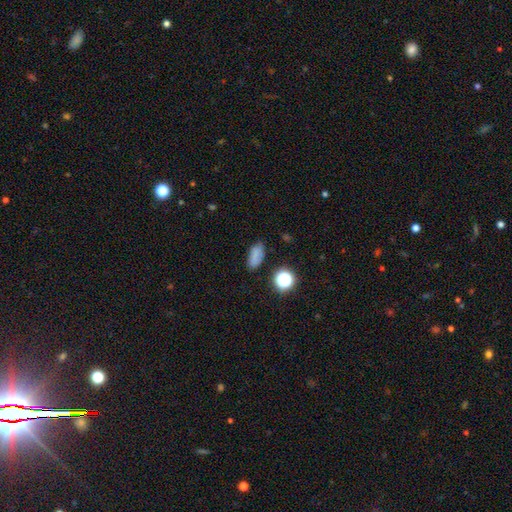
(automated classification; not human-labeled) The model was most divided on "smooth or featured": smooth: 78%, star or artifact: 15%, featured or disk: 7%. More confident: how rounded — in between (84%); merging — none (79%).